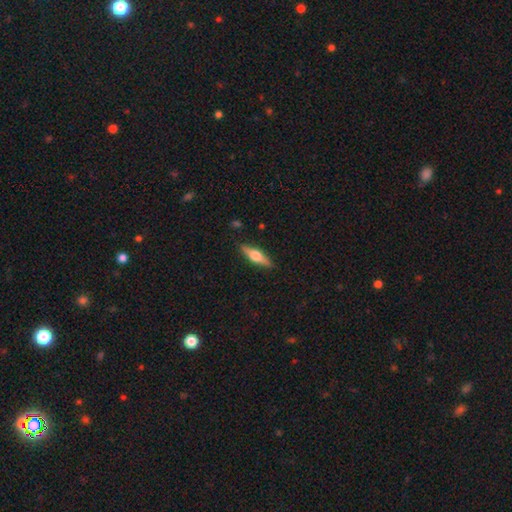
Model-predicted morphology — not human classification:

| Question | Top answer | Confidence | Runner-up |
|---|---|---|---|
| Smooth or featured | featured or disk | 56% | smooth (38%) |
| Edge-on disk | yes | 94% | no (6%) |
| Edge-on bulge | rounded | 94% | boxy (4%) |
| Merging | none | 88% | minor disturbance (9%) |